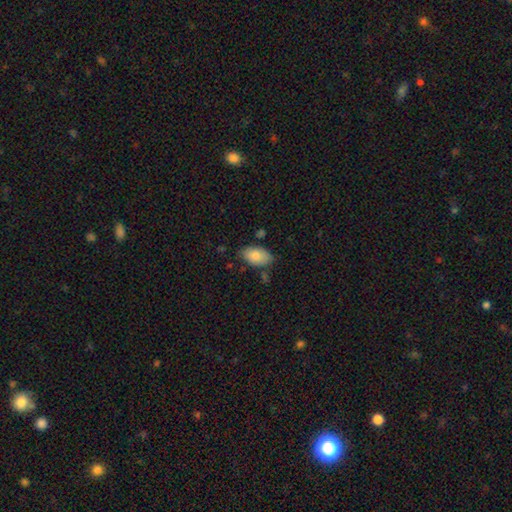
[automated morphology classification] smooth 80%, featured or disk 13%, star or artifact 7%. Down the decision tree: how rounded — in between (93%); merging — none (74%).